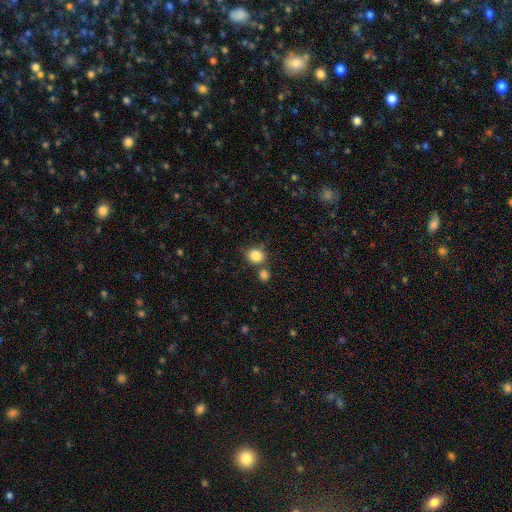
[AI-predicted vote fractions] Morphology: type=smooth (85%); roundness=round (74%); merging=none (66%).